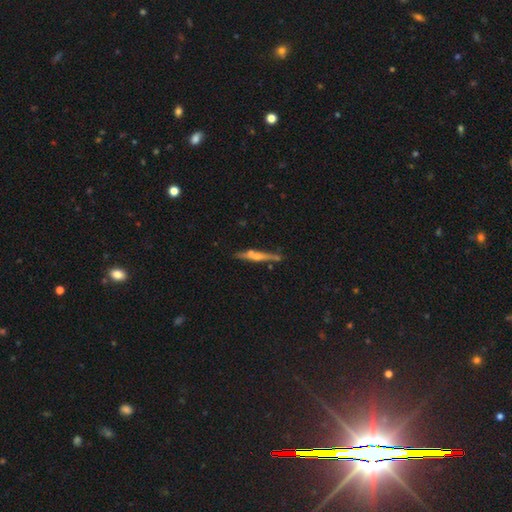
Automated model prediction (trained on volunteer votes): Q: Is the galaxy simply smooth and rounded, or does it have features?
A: featured or disk — 61%.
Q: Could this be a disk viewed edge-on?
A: yes — 93%.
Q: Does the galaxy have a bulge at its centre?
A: rounded — 79%.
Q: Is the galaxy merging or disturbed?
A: none — 73%.